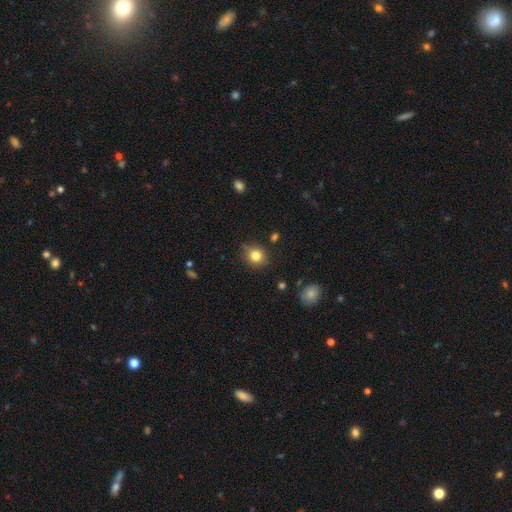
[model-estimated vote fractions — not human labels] smooth 81%, star or artifact 12%, featured or disk 8%. Down the decision tree: how rounded — round (83%); merging — none (78%).